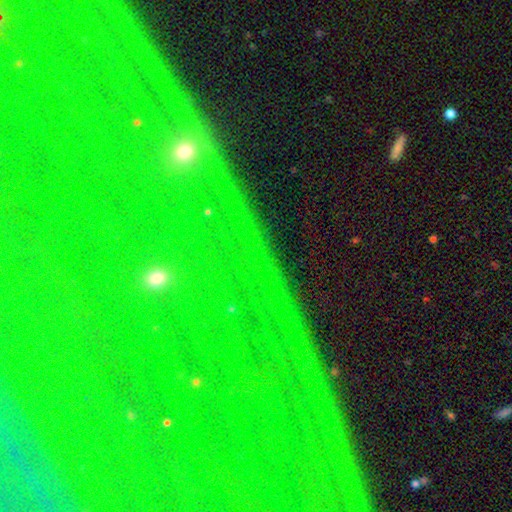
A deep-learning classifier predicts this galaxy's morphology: smooth-or-featured: star or artifact: 62% | smooth: 20% | featured or disk: 18%